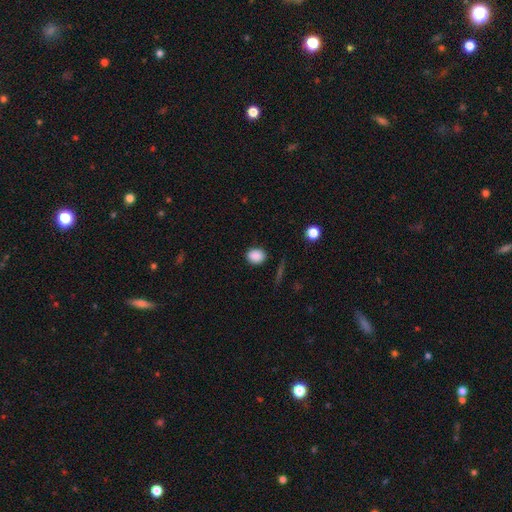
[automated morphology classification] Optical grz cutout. It shows a smooth galaxy with no disk features (87%) that is round (51%). Merging: none (86%).